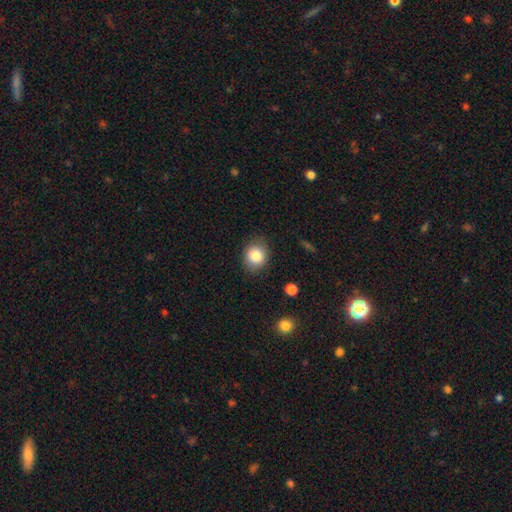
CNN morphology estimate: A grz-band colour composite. It shows a smooth galaxy with no disk features (84%) that is round (67%). Merging: none (84%).